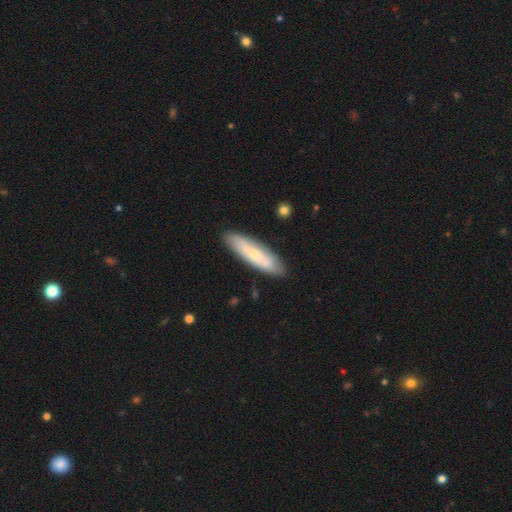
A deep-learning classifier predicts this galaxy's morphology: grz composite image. It shows a smooth galaxy with no disk features (64%) that is cigar-shaped (68%). Merging: none (87%).